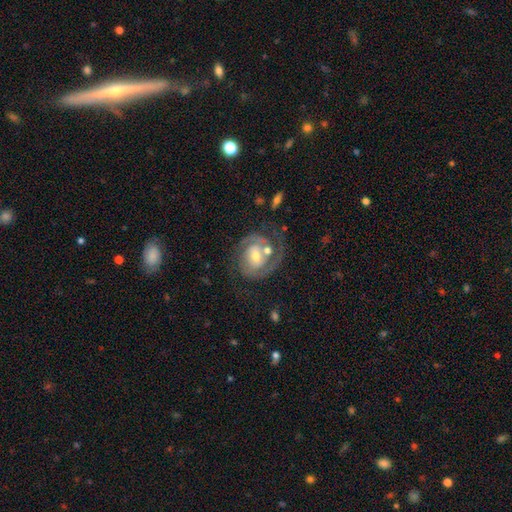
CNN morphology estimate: smooth-or-featured: featured or disk: 86% | smooth: 8% | star or artifact: 5%
  disk-edge-on: no: 98% | yes: 2%
    bar: no: 58% | weak: 32% | strong: 9%
    has-spiral-arms: yes: 96% | no: 4%
      spiral-winding: tight: 55% | medium: 36% | loose: 9%
      spiral-arm-count: 2: 77% | can't tell: 8% | 1: 7% | 3: 4% | 4: 2% | more than 4: 2%
    bulge-size: moderate: 58% | small: 34% | large: 5% | none: 2% | dominant: 1%
  merging: none: 58% | minor disturbance: 16% | major disturbance: 14% | merger: 13%